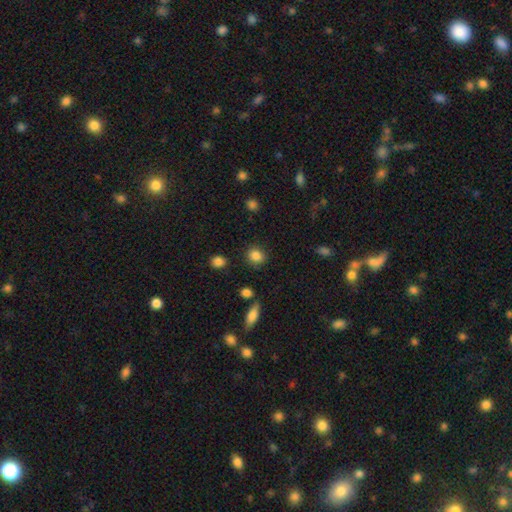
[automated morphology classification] Smooth or featured? smooth (86%)
How rounded? round (74%)
Merging? none (87%)